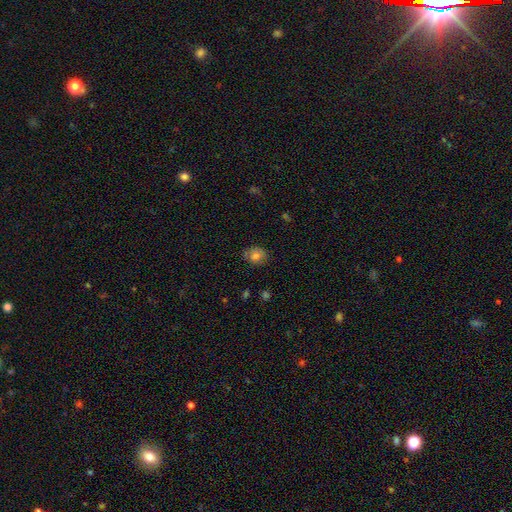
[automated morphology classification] Smooth or featured? Predicted: smooth (p=0.77). How rounded? Predicted: round (p=0.55). Merging? Predicted: none (p=0.74).